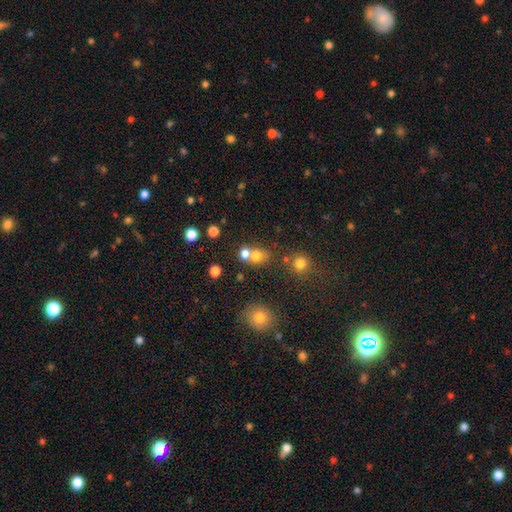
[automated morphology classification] smooth 73%, star or artifact 16%, featured or disk 11%. Down the decision tree: how rounded — round (69%); merging — none (46%).